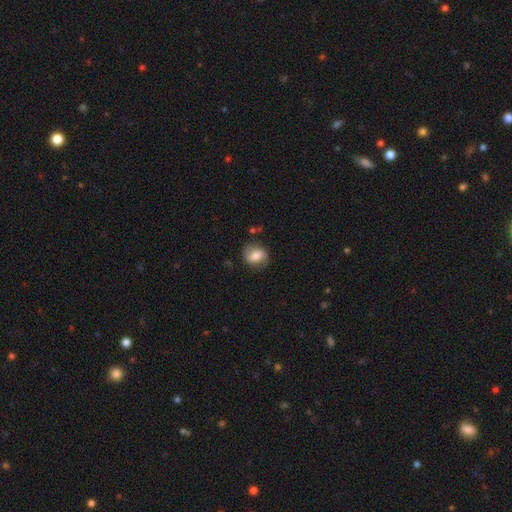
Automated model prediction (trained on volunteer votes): This is likely a smooth galaxy (60%). How rounded: possibly round (58%). Merging: likely none (75%).